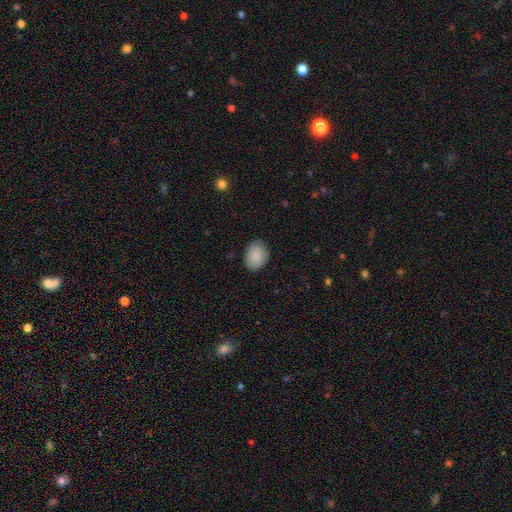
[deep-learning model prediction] smooth-or-featured: smooth: 89% | star or artifact: 7% | featured or disk: 5%
  how-rounded: in between: 69% | round: 30% | cigar-shaped: 1%
  merging: none: 82% | minor disturbance: 15% | major disturbance: 3% | merger: 1%